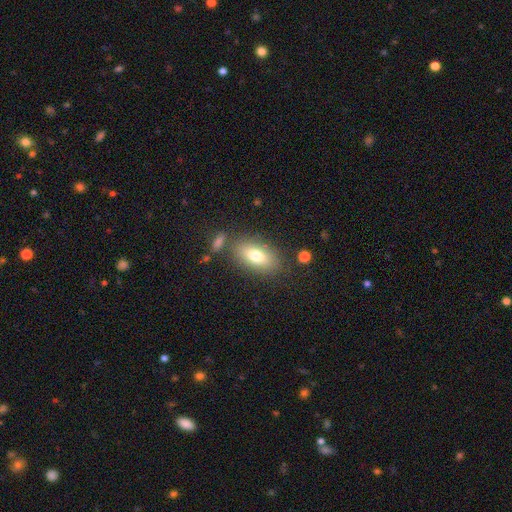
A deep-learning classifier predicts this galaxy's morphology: smooth_or_featured: smooth (p=0.76) [alt: featured or disk p=0.16]
how_rounded: in between (p=0.87) [alt: round p=0.07]
merging: none (p=0.76) [alt: minor disturbance p=0.12]